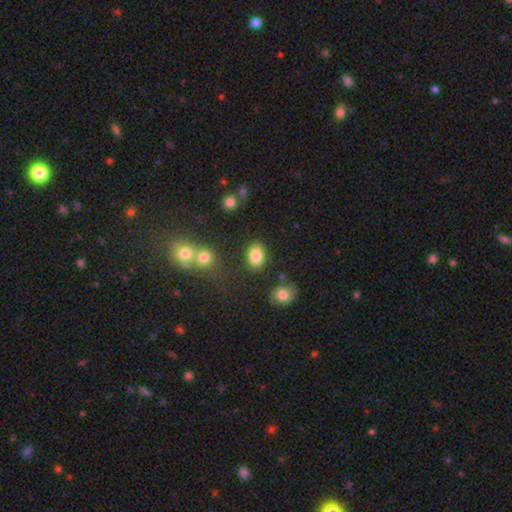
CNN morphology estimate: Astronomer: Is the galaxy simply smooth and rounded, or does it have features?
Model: smooth — 85%.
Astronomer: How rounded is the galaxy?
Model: in between — 80%.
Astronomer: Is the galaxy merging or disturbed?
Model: none — 81%.